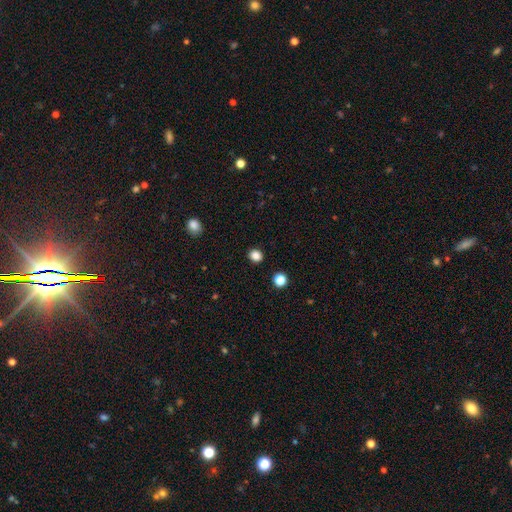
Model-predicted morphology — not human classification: smooth 85%, star or artifact 12%, featured or disk 3%. Down the decision tree: how rounded — round (72%); merging — none (91%).